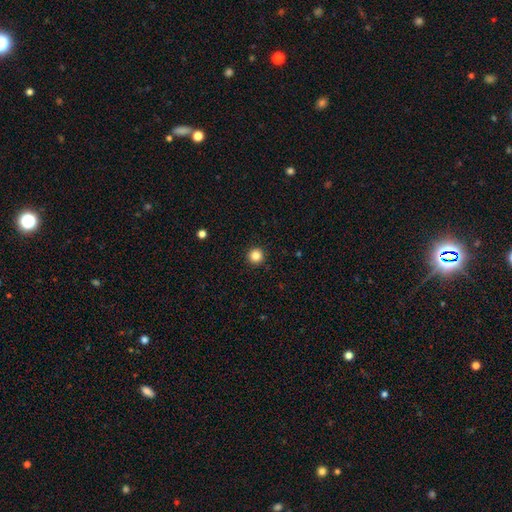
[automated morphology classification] smooth_or_featured: smooth (p=0.85) [alt: star or artifact p=0.11]
how_rounded: round (p=0.96) [alt: in between p=0.03]
merging: none (p=0.93) [alt: minor disturbance p=0.04]